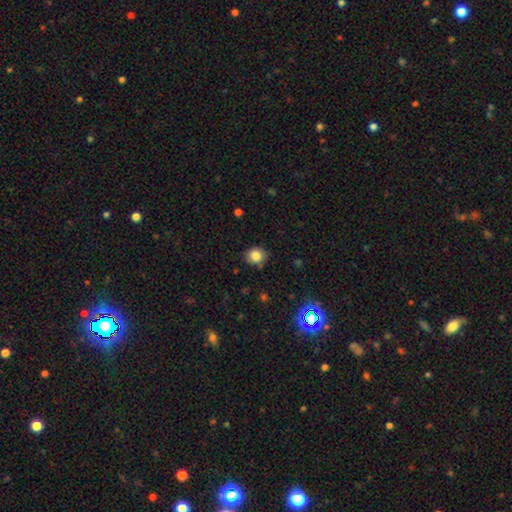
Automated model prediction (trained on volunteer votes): smooth 81%, star or artifact 12%, featured or disk 7%. Down the decision tree: how rounded — round (78%); merging — none (84%).